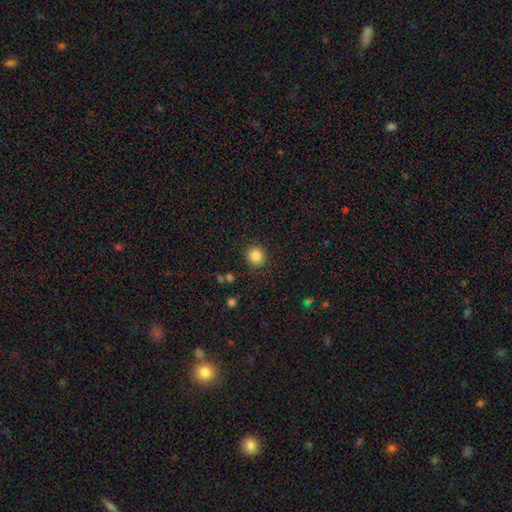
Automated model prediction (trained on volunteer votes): Q: Smooth or featured?
A: smooth (85%); runner-up: star or artifact (11%)
Q: How rounded?
A: round (89%); runner-up: in between (10%)
Q: Merging?
A: none (89%); runner-up: minor disturbance (7%)